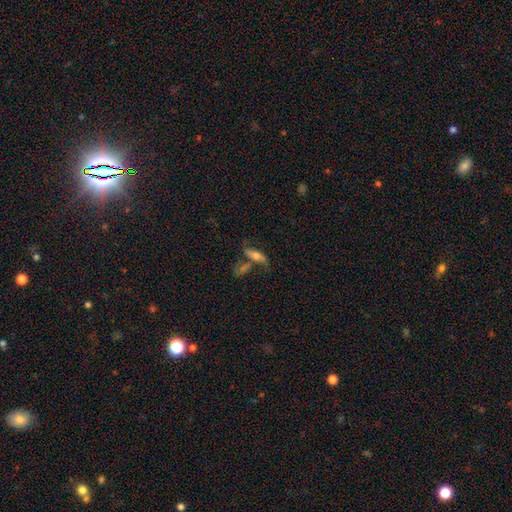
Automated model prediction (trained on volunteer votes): smooth_or_featured: featured or disk (p=0.45) [tied with: smooth p=0.45]
merging: none (p=0.41) [alt: merger p=0.32]